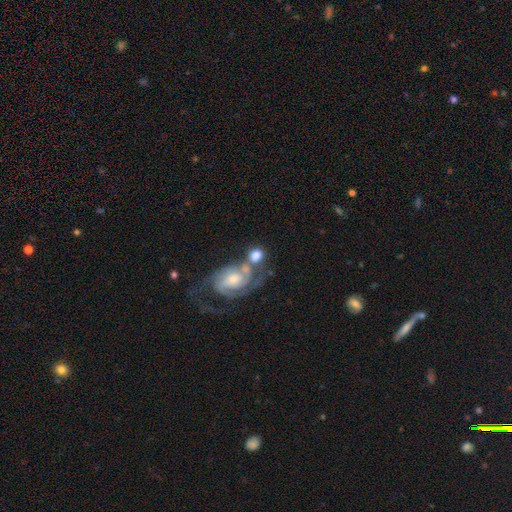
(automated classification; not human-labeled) Morphology: type=smooth (58%); roundness=round (65%); merging=merger (44%).